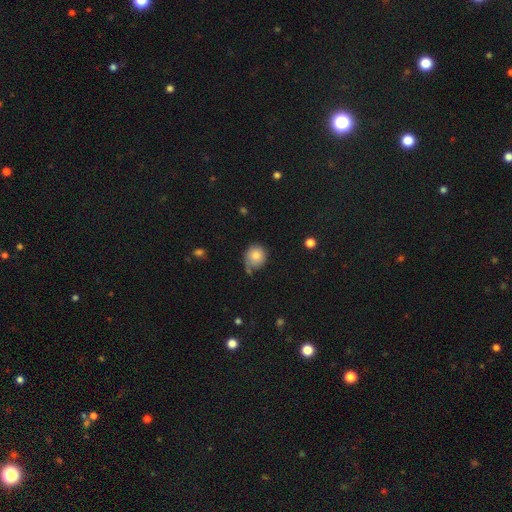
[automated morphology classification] smooth_or_featured: smooth (p=0.82) [alt: star or artifact p=0.09]
how_rounded: round (p=0.84) [alt: in between p=0.15]
merging: none (p=0.63) [alt: minor disturbance p=0.23]